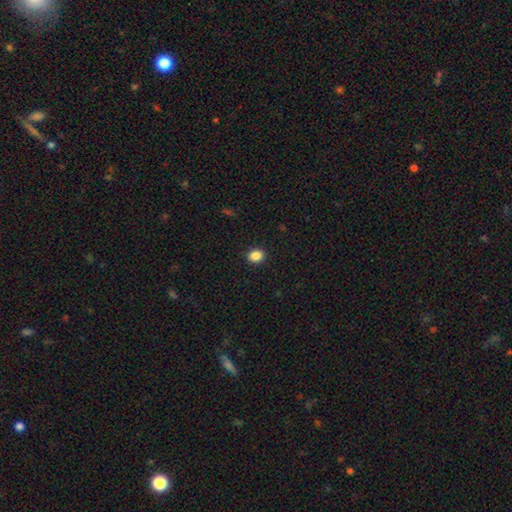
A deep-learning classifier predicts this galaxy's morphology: The model was most divided on "how rounded": round: 54%, in between: 45%, cigar-shaped: 1%. More confident: merging — none (91%); smooth or featured — smooth (87%).